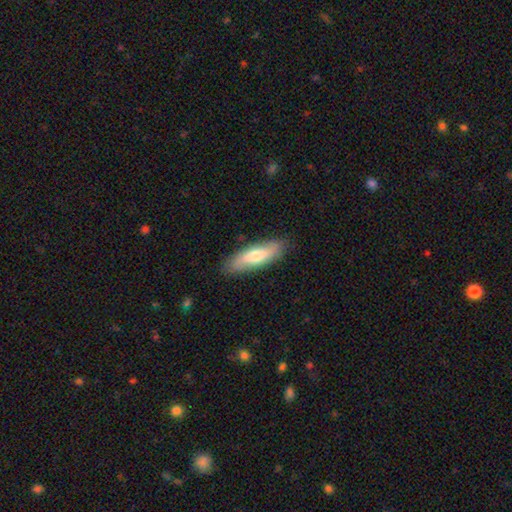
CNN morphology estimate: Smooth or featured? smooth (64%)
How rounded? cigar-shaped (53%)
Merging? none (85%)